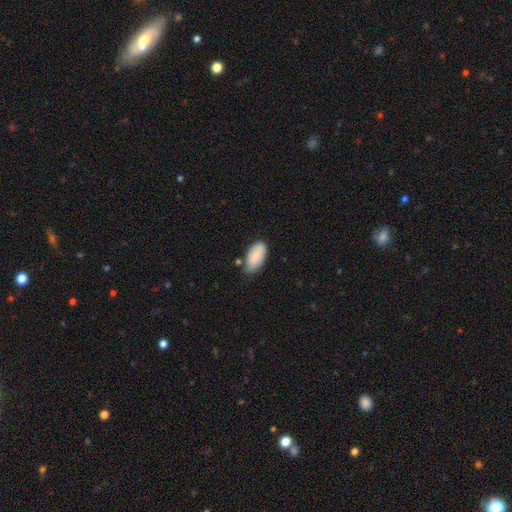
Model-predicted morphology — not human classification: Overall: smooth (81%). How rounded: in between (93%). Merging: none (60%; minor disturbance 30%).